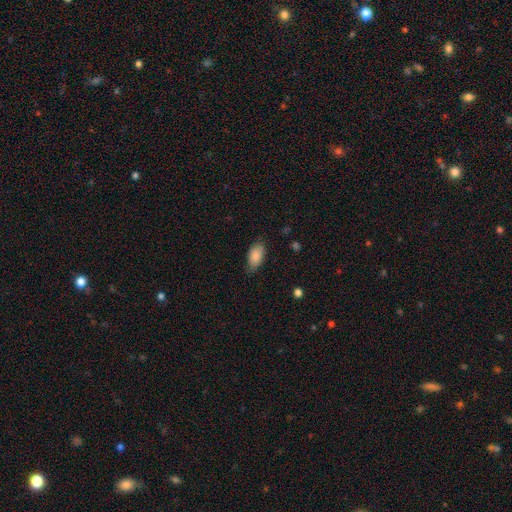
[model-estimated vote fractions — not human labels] Overall: smooth (87%). How rounded: in between (92%). Merging: none (73%).